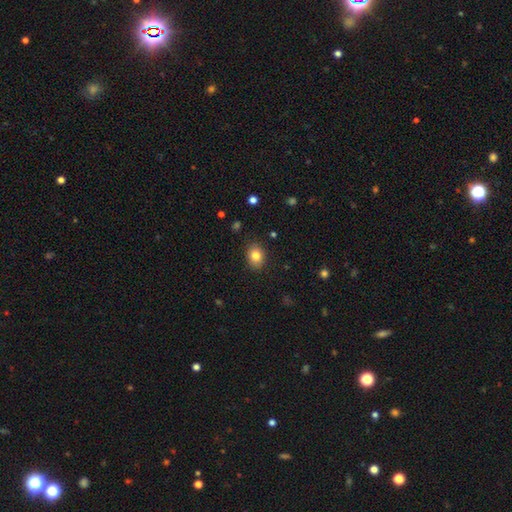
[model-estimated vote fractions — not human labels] Smooth or featured: smooth — 82% (star or artifact — 10%)
How rounded: in between — 58% (round — 41%)
Merging: none — 87% (minor disturbance — 9%)